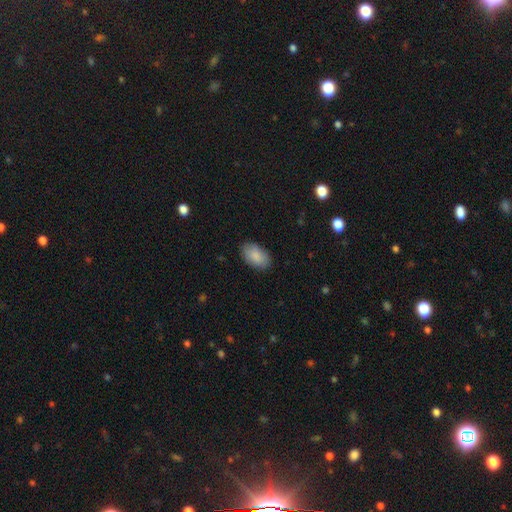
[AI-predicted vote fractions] This appears to be a smooth galaxy with no disk features (88%) that is in between round and cigar-shaped (94%). Merging: none (85%).